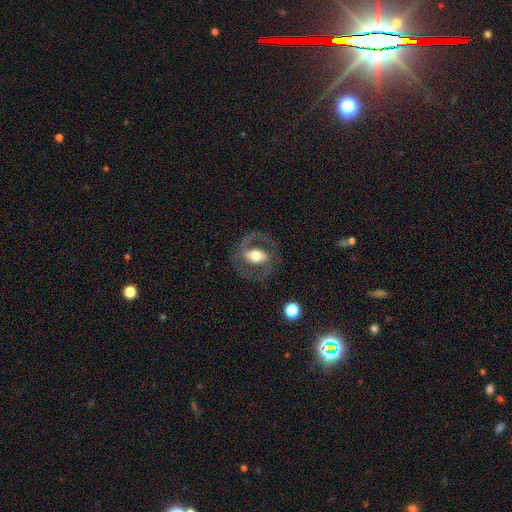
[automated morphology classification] Q: Smooth or featured?
A: featured or disk (75%); runner-up: smooth (19%)
Q: Edge-on disk?
A: no (94%); runner-up: yes (6%)
Q: Bar?
A: strong (43%); runner-up: weak (33%)
Q: Spiral arms?
A: yes (73%); runner-up: no (27%)
Q: Spiral winding?
A: medium (53%); runner-up: tight (28%)
Q: Spiral arm count?
A: 2 (86%); runner-up: can't tell (7%)
Q: Bulge size?
A: moderate (63%); runner-up: large (24%)
Q: Merging?
A: none (76%); runner-up: minor disturbance (12%)